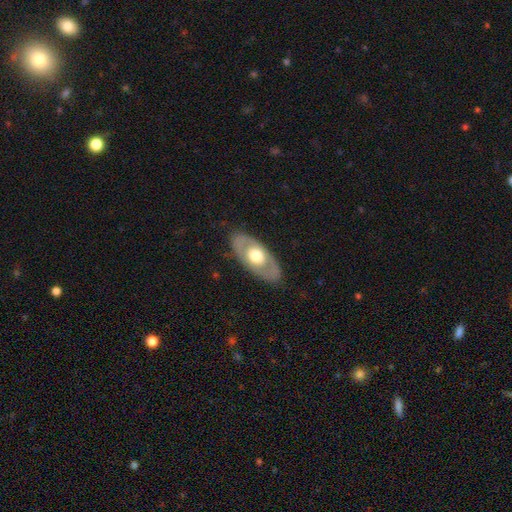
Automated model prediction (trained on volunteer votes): The model was most divided on "smooth or featured": featured or disk: 52%, smooth: 43%, star or artifact: 5%. More confident: merging — none (84%); edge-on disk — no (82%).